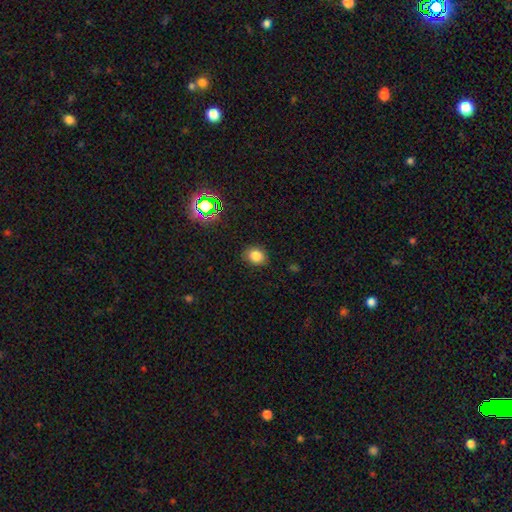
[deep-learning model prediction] This is clearly a smooth galaxy (81%). How rounded: likely round (62%). Merging: clearly none (86%).